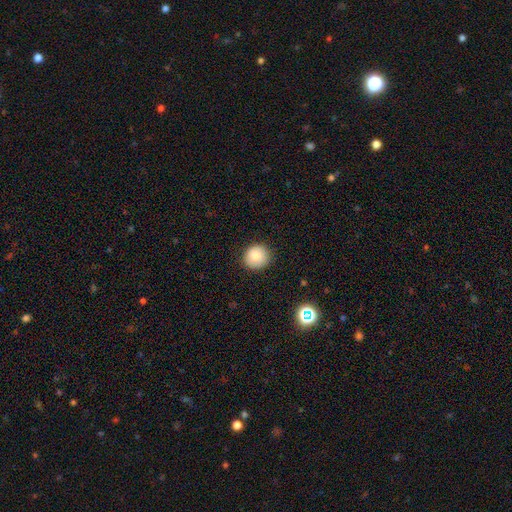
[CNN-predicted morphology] Smooth or featured? Predicted: smooth (p=0.85). How rounded? Predicted: round (p=0.90). Merging? Predicted: none (p=0.87).